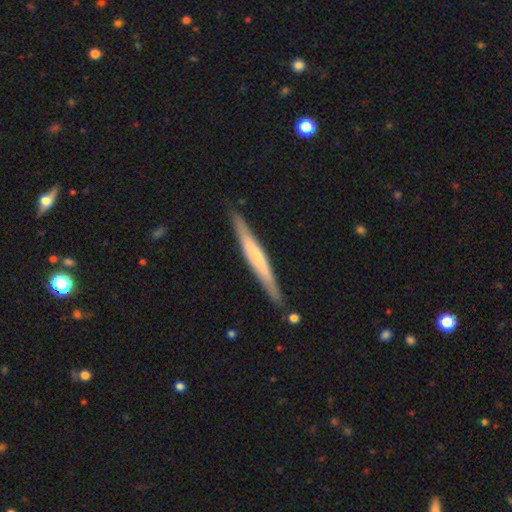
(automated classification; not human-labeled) Morphology: type=featured or disk (50%); merging=none (88%).